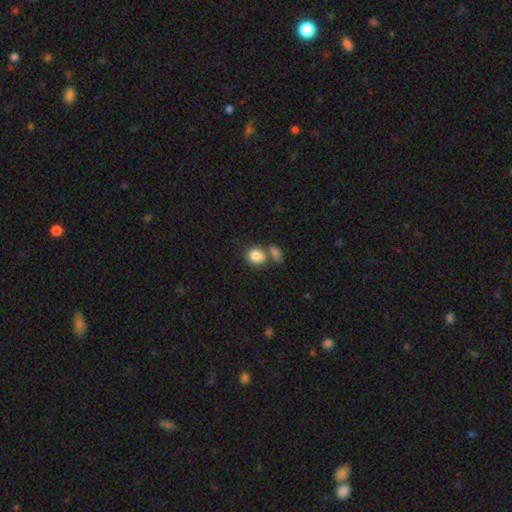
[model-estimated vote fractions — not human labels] Smooth or featured? Predicted: smooth (p=0.83). How rounded? Predicted: round (p=0.68). Merging? Predicted: none (p=0.51).